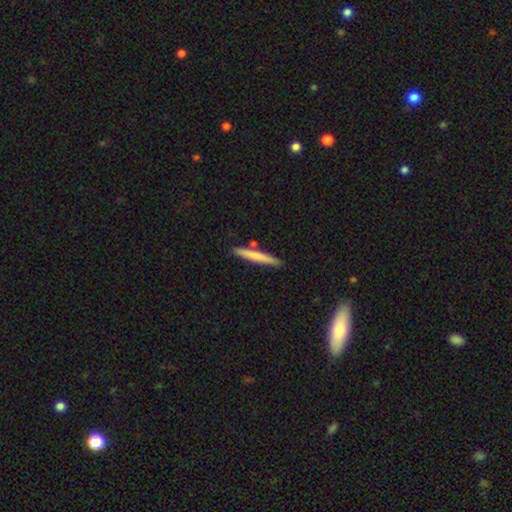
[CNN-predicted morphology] Smooth or featured?
  - smooth: 70% *
  - featured or disk: 25%
  - star or artifact: 5%
How rounded?
  - cigar-shaped: 95% *
  - in between: 4%
  - round: 1%
Merging?
  - none: 84% *
  - minor disturbance: 9%
  - merger: 5%
  - major disturbance: 2%